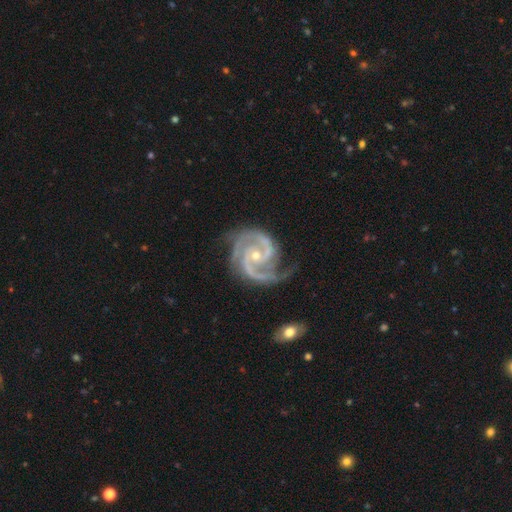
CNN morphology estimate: The model was most divided on "spiral winding": medium: 54%, tight: 39%, loose: 8%. More confident: spiral arms — yes (99%); edge-on disk — no (98%); smooth or featured — featured or disk (94%); spiral arm count — 2 (67%); bulge size — small (66%); merging — none (66%); bar — no (57%).